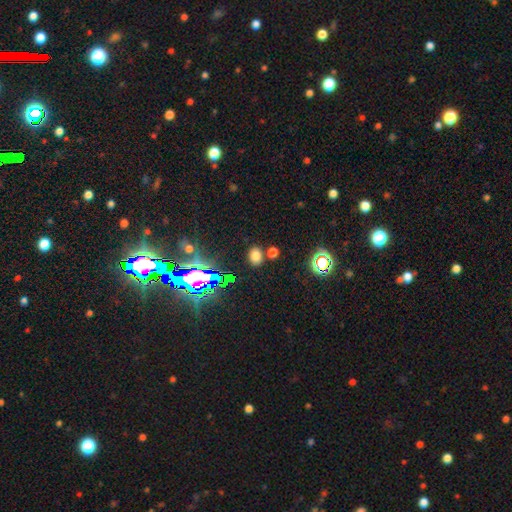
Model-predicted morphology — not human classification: Smooth or featured: smooth — 70% (star or artifact — 24%)
How rounded: in between — 64% (round — 35%)
Merging: none — 80% (minor disturbance — 9%)